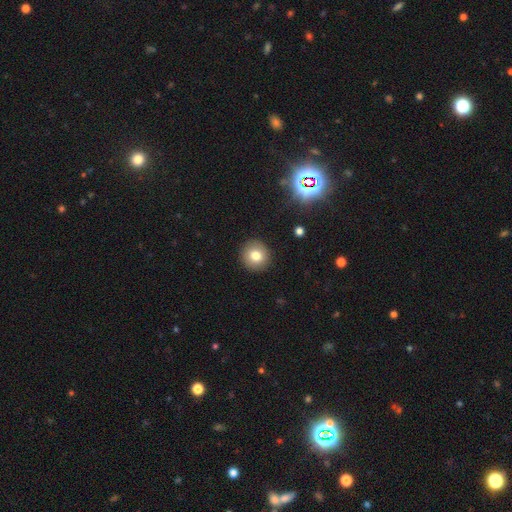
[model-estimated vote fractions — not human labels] smooth 78%, featured or disk 12%, star or artifact 11%. Down the decision tree: how rounded — round (93%); merging — none (92%).